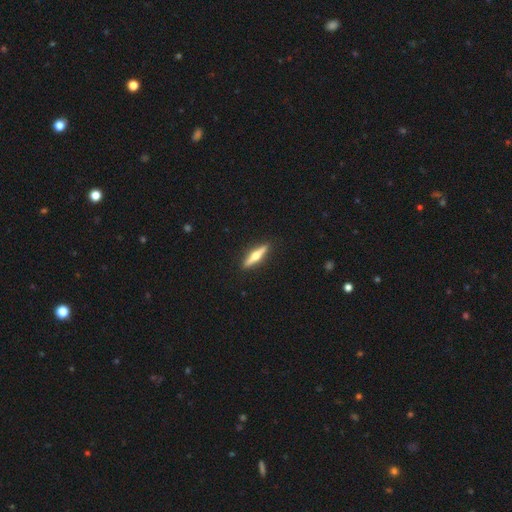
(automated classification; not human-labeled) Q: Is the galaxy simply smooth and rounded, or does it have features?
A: featured or disk — 65%.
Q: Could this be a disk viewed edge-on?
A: yes — 97%.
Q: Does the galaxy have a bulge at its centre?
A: rounded — 95%.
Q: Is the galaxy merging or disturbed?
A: none — 92%.